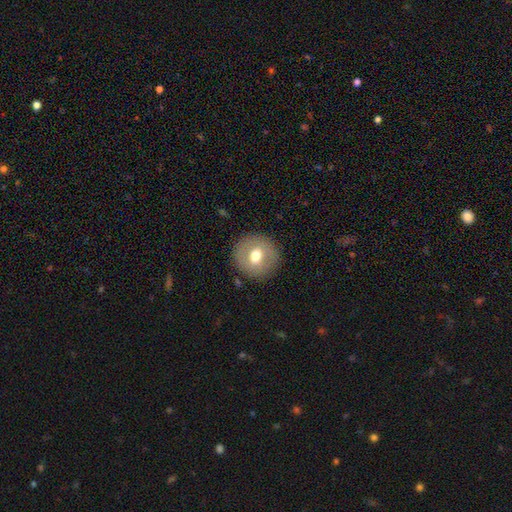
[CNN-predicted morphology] Smooth or featured? smooth (62%)
How rounded? round (91%)
Merging? none (88%)